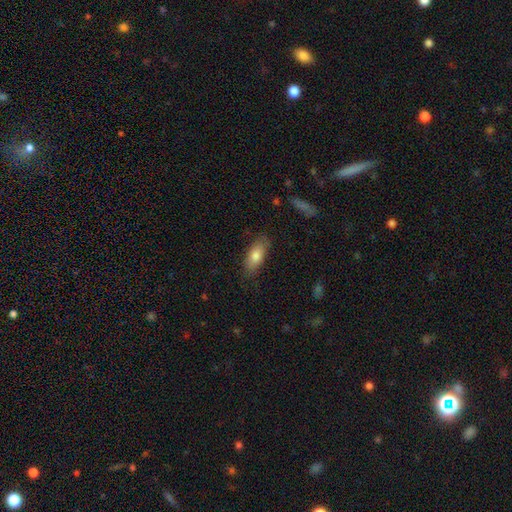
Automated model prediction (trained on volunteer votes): Smooth or featured? Predicted: smooth (p=0.80). How rounded? Predicted: in between (p=0.85). Merging? Predicted: none (p=0.80).